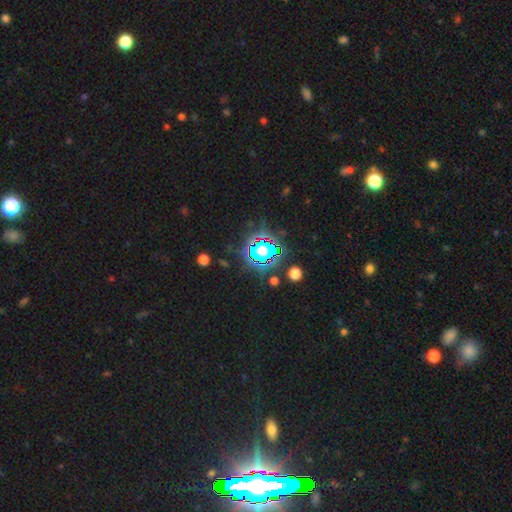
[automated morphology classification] Smooth or featured? Predicted: star or artifact (p=0.68).